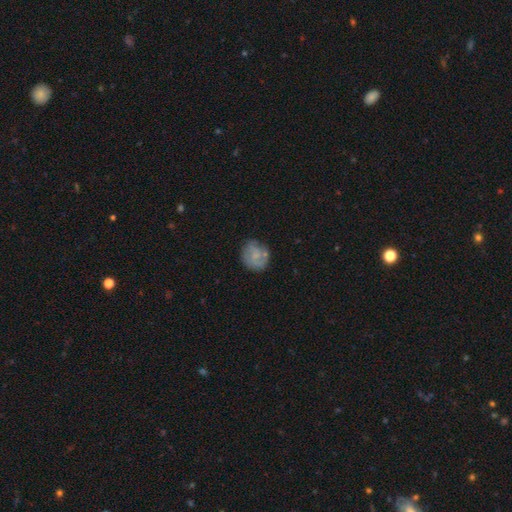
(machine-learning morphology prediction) featured or disk 49%, smooth 44%, star or artifact 8%. Down the decision tree: merging — none (69%).